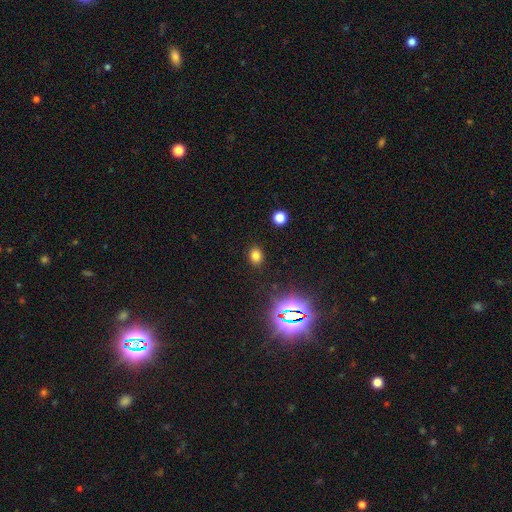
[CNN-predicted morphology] Overall: smooth (73%). How rounded: in between (50%; round 49%). Merging: none (88%).